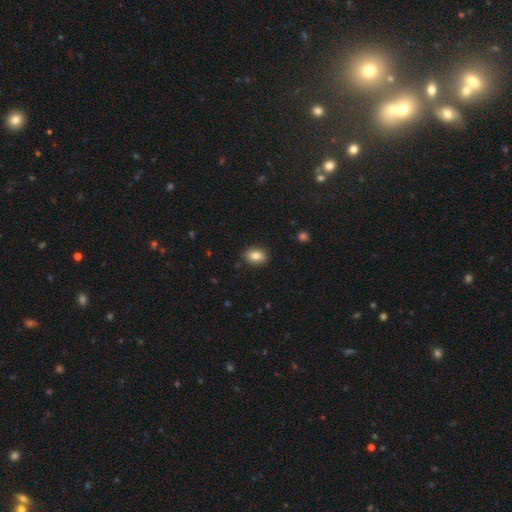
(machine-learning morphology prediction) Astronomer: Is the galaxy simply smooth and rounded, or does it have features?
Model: smooth — 84%.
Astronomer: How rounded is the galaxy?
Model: in between — 73%.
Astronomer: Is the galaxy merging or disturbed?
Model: none — 87%.